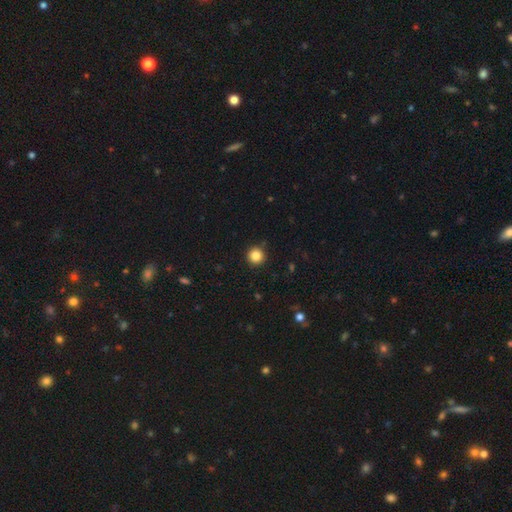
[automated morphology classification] smooth 85%, star or artifact 11%, featured or disk 4%. Down the decision tree: how rounded — round (96%); merging — none (92%).